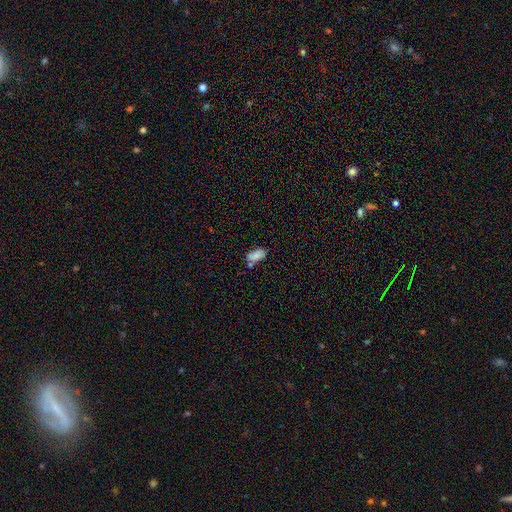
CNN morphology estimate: smooth-or-featured: smooth: 80% | featured or disk: 10% | star or artifact: 9%
  how-rounded: in between: 91% | round: 4% | cigar-shaped: 4%
  merging: none: 54% | minor disturbance: 22% | merger: 18% | major disturbance: 6%